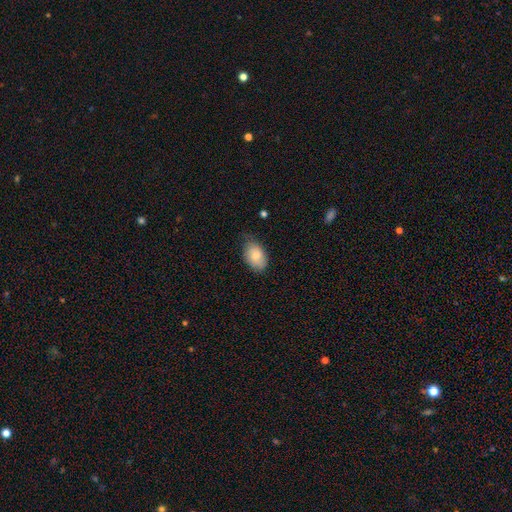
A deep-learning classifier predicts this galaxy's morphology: Overall: smooth (82%). How rounded: in between (89%). Merging: none (61%; minor disturbance 32%).